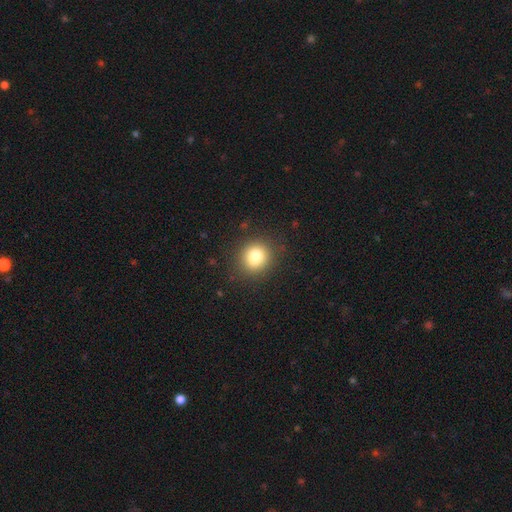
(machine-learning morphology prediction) Smooth or featured?
  - smooth: 80% *
  - star or artifact: 11%
  - featured or disk: 9%
How rounded?
  - round: 77% *
  - in between: 22%
  - cigar-shaped: 1%
Merging?
  - none: 83% *
  - minor disturbance: 11%
  - major disturbance: 4%
  - merger: 2%